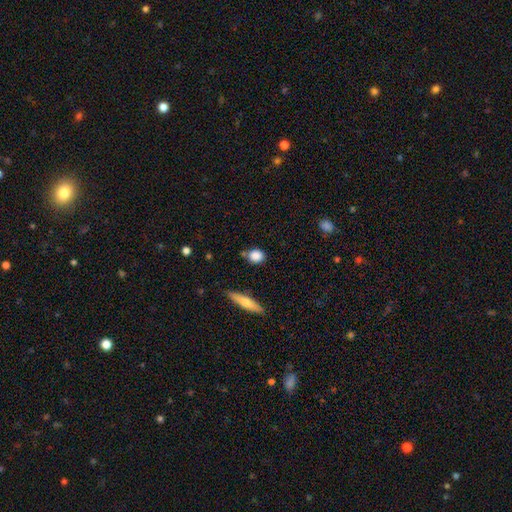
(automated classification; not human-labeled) Smooth or featured? Predicted: smooth (p=0.84). How rounded? Predicted: round (p=0.68). Merging? Predicted: none (p=0.72).